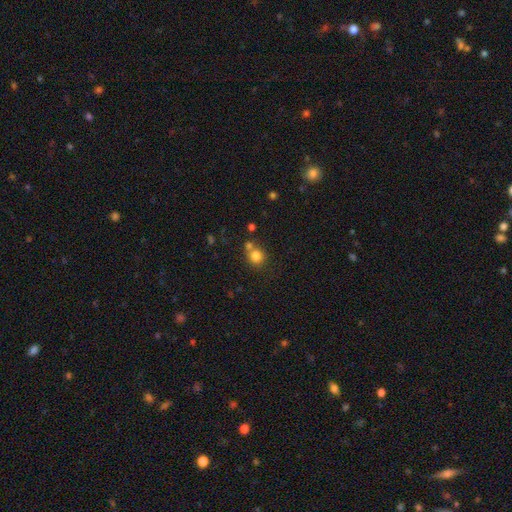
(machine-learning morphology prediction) A smooth galaxy with no disk features (80%) that is round (88%). Merging: none (59%).